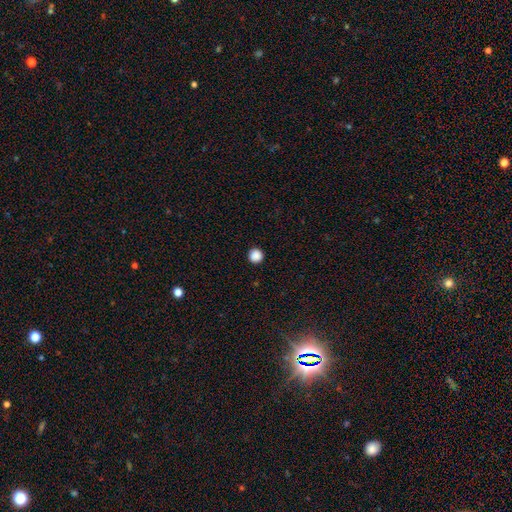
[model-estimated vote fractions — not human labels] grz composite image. It shows a smooth galaxy with no disk features (88%) that is round (96%). Merging: none (94%).